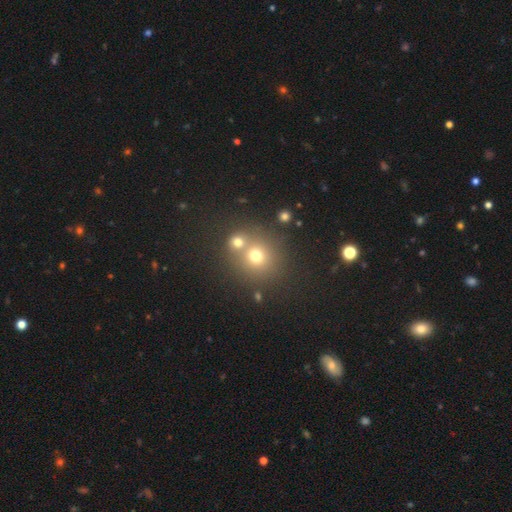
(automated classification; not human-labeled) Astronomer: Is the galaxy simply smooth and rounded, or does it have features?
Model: smooth — 69%.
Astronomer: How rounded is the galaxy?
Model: round — 88%.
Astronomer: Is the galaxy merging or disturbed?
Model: none — 56% (runner-up: merger, 33%).